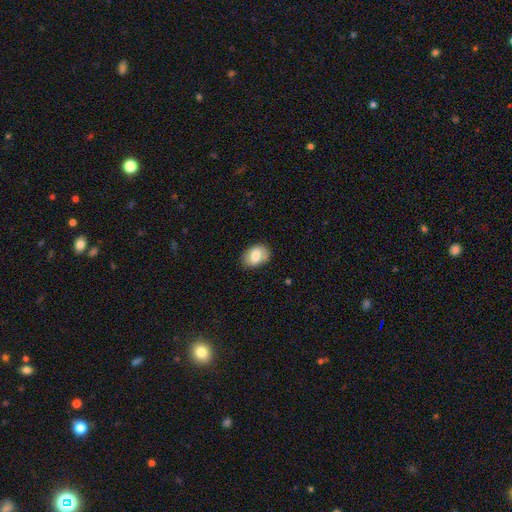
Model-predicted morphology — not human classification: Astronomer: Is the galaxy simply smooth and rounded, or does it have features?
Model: smooth — 74%.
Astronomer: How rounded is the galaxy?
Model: in between — 81%.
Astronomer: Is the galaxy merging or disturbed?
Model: none — 72%.